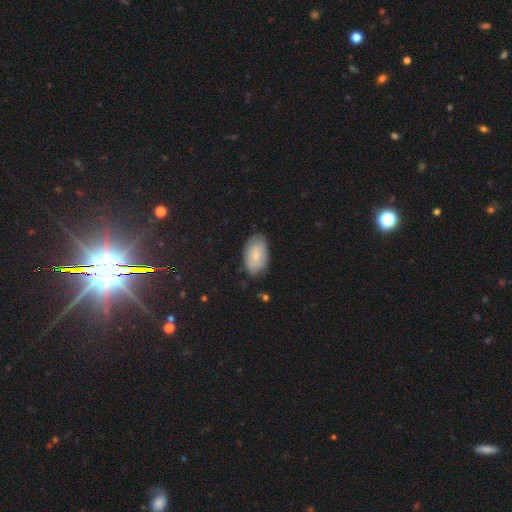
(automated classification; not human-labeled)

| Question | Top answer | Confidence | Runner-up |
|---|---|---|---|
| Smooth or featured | smooth | 75% | featured or disk (18%) |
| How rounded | in between | 93% | round (5%) |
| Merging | none | 77% | minor disturbance (19%) |